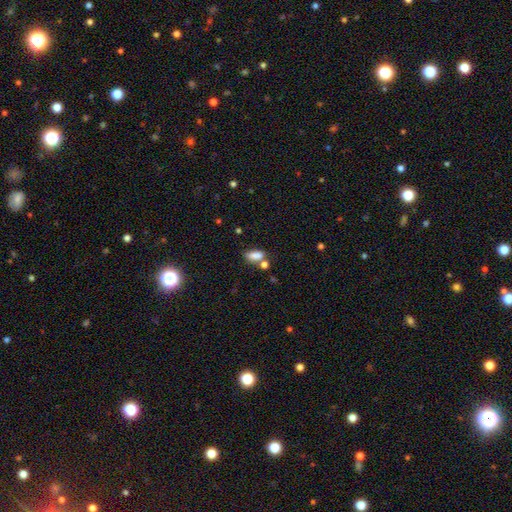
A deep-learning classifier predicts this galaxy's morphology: Smooth or featured?
  - smooth: 81% *
  - star or artifact: 10%
  - featured or disk: 9%
How rounded?
  - in between: 80% *
  - cigar-shaped: 14%
  - round: 6%
Merging?
  - none: 50% *
  - merger: 30%
  - minor disturbance: 15%
  - major disturbance: 6%